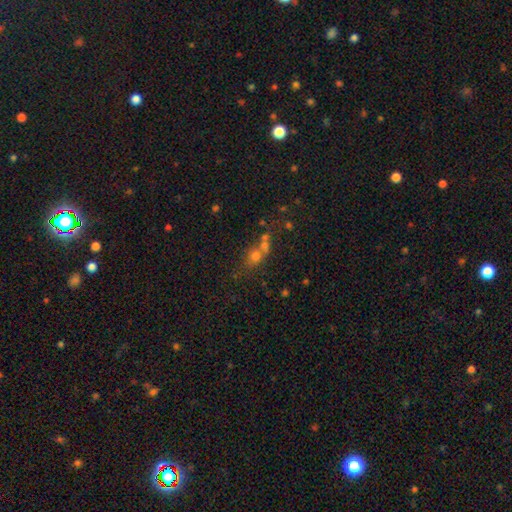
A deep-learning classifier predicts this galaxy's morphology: The model was most divided on "merging": merger: 47%, none: 38%, minor disturbance: 9%, major disturbance: 6%. More confident: how rounded — round (69%); smooth or featured — smooth (55%).